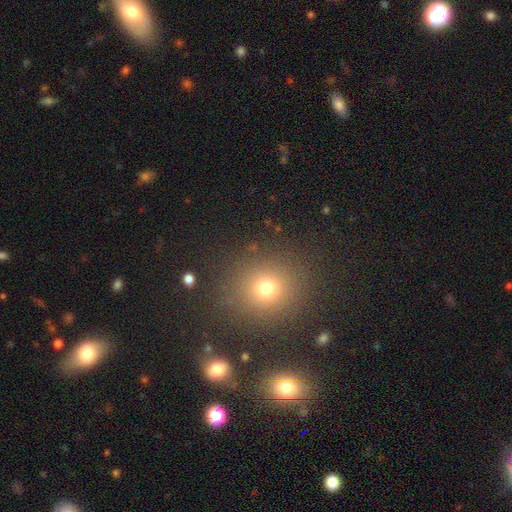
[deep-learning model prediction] smooth_or_featured: smooth (p=0.60) [alt: star or artifact p=0.31]
how_rounded: round (p=0.84) [alt: in between p=0.14]
merging: none (p=0.87) [alt: minor disturbance p=0.07]